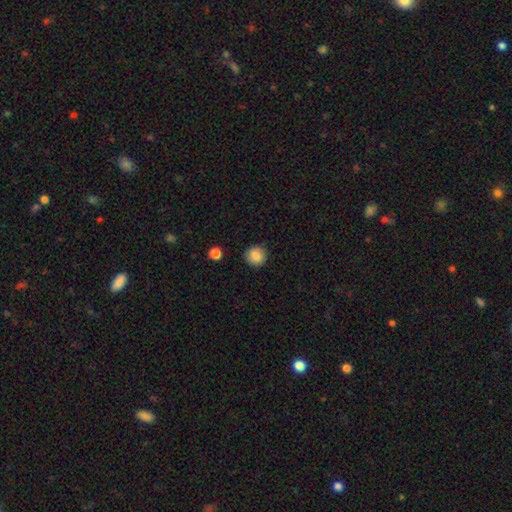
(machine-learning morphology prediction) smooth_or_featured: smooth (p=0.87) [alt: star or artifact p=0.09]
how_rounded: round (p=0.93) [alt: in between p=0.06]
merging: none (p=0.90) [alt: minor disturbance p=0.07]